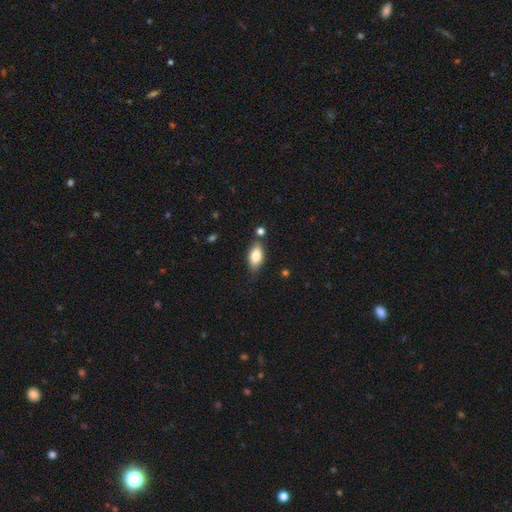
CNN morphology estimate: smooth_or_featured: smooth (p=0.82) [alt: featured or disk p=0.11]
how_rounded: in between (p=0.89) [alt: cigar-shaped p=0.07]
merging: none (p=0.74) [alt: minor disturbance p=0.17]